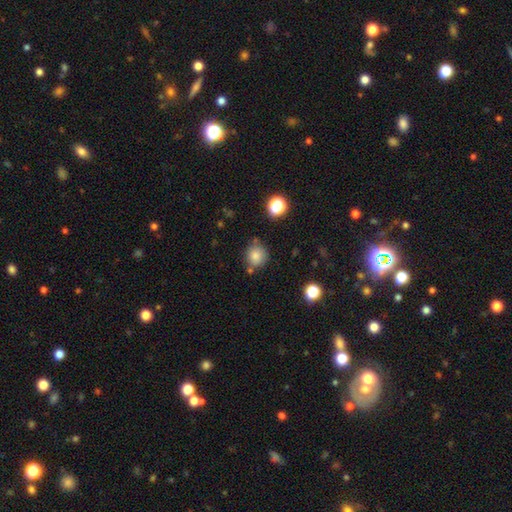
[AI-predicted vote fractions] Smooth or featured?
  - smooth: 82% *
  - star or artifact: 11%
  - featured or disk: 6%
How rounded?
  - round: 87% *
  - in between: 13%
  - cigar-shaped: 1%
Merging?
  - none: 72% *
  - minor disturbance: 14%
  - merger: 10%
  - major disturbance: 4%